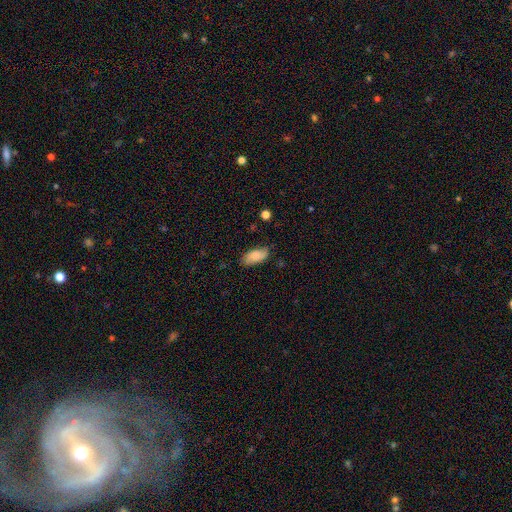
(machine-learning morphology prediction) Overall: smooth (79%). How rounded: in between (90%). Merging: none (76%).